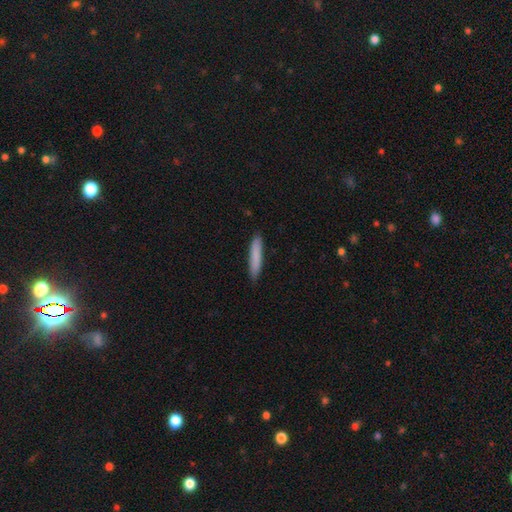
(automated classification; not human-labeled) Morphology: type=smooth (83%); roundness=cigar-shaped (91%); merging=none (88%).